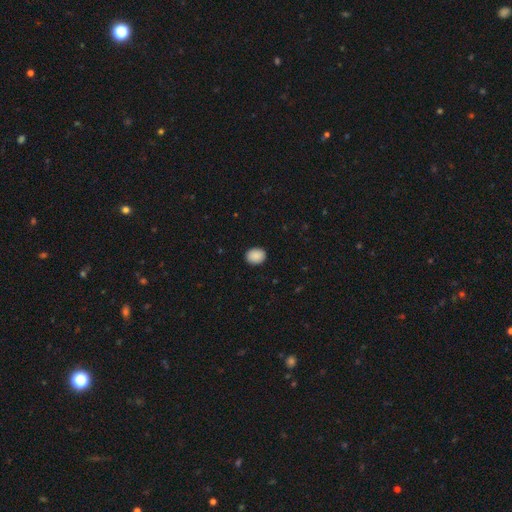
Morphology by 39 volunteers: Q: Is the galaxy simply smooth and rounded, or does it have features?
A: smooth — 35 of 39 (90%).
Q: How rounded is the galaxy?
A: round — 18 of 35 (51%).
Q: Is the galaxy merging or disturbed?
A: none — 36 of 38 (95%).